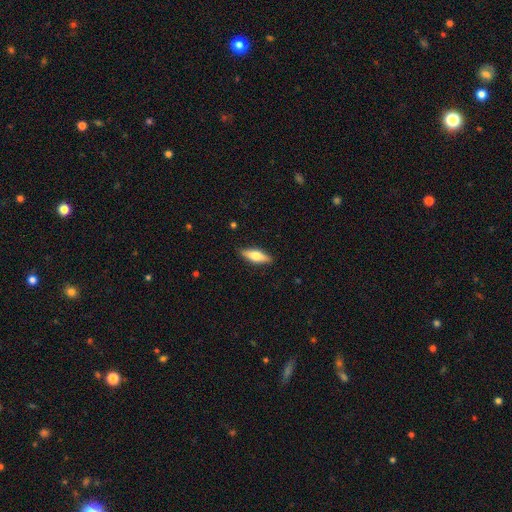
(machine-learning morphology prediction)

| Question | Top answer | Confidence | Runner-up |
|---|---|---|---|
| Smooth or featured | smooth | 55% | featured or disk (39%) |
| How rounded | in between | 51% | cigar-shaped (46%) |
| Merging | none | 88% | minor disturbance (9%) |